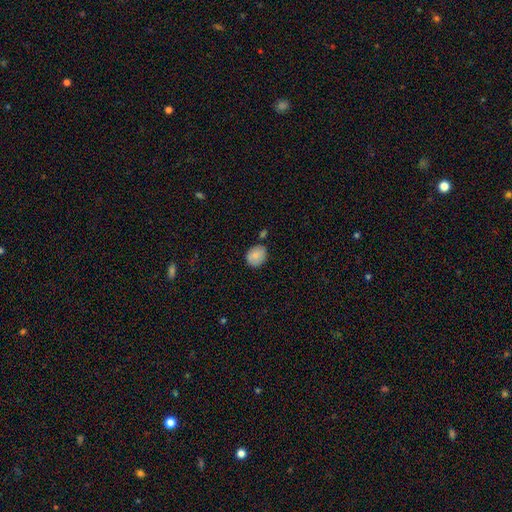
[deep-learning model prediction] Overall: smooth (83%). How rounded: round (57%; in between 42%). Merging: none (74%).